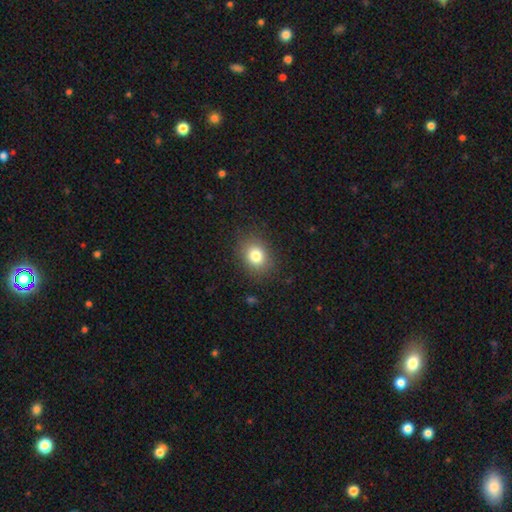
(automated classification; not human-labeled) Q: Smooth or featured?
A: smooth (81%); runner-up: star or artifact (11%)
Q: How rounded?
A: round (55%); runner-up: in between (44%)
Q: Merging?
A: none (86%); runner-up: minor disturbance (10%)